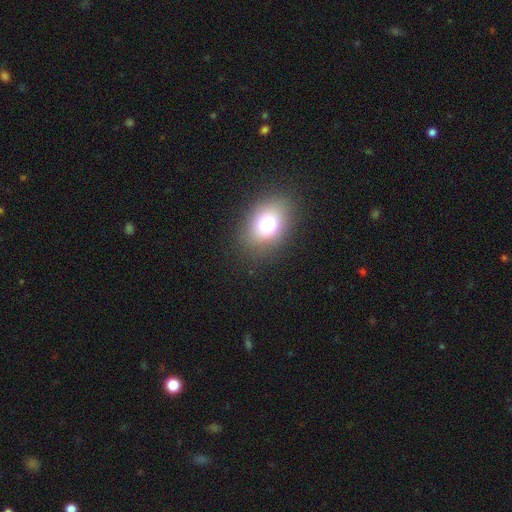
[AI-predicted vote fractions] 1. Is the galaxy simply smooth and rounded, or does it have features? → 74% smooth, 14% star or artifact, 11% featured or disk.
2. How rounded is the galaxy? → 69% in between, 29% round, 2% cigar-shaped.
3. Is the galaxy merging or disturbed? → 89% none, 7% minor disturbance, 2% major disturbance, 1% merger.